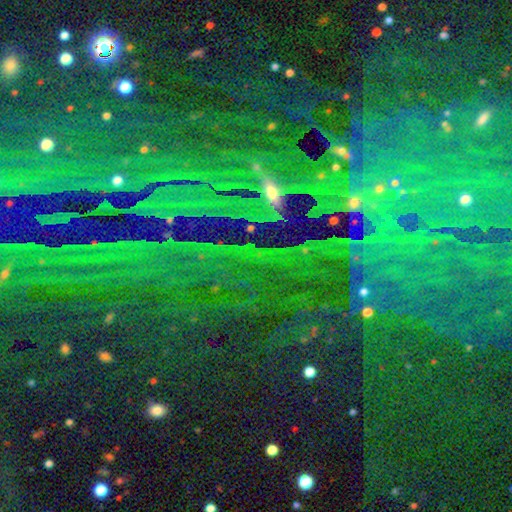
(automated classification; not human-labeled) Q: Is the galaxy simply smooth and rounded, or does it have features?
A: star or artifact — 80%.